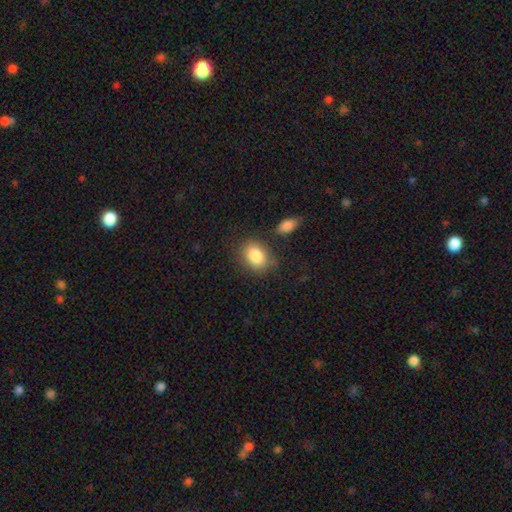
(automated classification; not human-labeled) The model was most divided on "how rounded": in between: 73%, round: 26%, cigar-shaped: 1%. More confident: smooth or featured — smooth (86%); merging — none (73%).